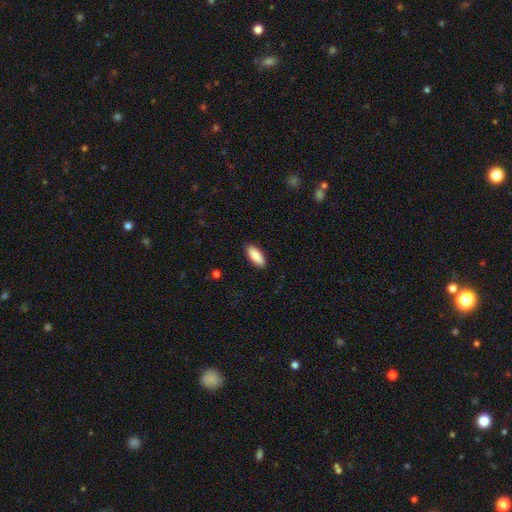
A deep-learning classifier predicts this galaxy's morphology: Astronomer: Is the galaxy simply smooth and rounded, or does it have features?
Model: smooth — 89%.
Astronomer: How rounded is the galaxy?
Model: in between — 80%.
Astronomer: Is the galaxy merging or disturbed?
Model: none — 89%.